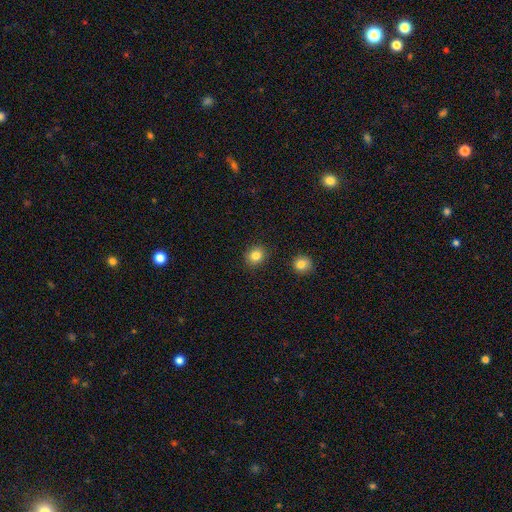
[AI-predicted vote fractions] Smooth or featured: smooth — 84% (star or artifact — 10%)
How rounded: round — 77% (in between — 22%)
Merging: none — 89% (minor disturbance — 7%)